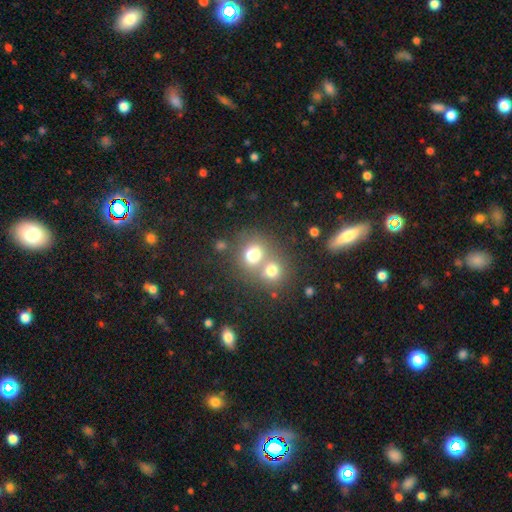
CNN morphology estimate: Overall: smooth (62%). How rounded: round (75%). Merging: merger (47%; none 43%).